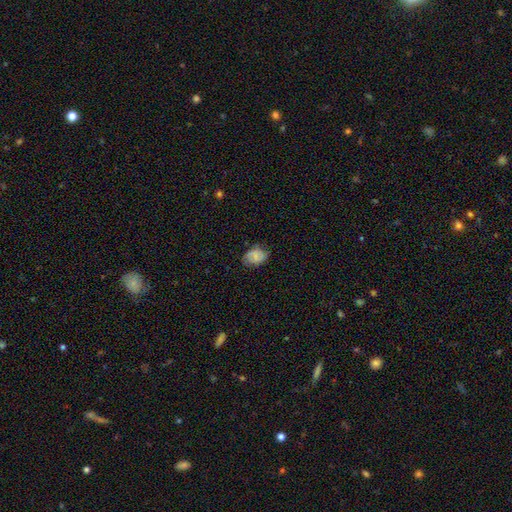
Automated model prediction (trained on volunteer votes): The model was most divided on "smooth or featured": smooth: 57%, featured or disk: 33%, star or artifact: 11%. More confident: how rounded — in between (75%); merging — none (66%).